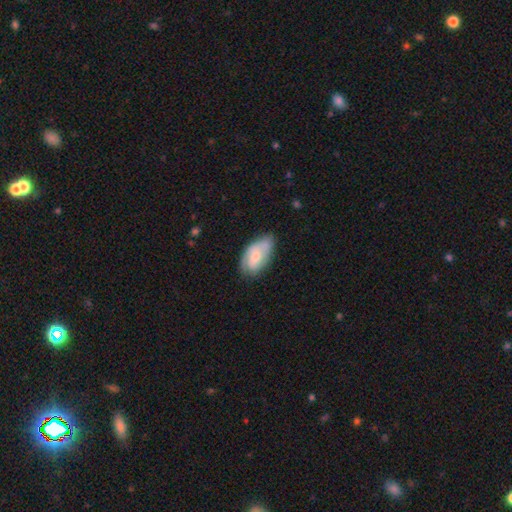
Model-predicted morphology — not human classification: Smooth or featured: smooth — 51% (featured or disk — 43%)
How rounded: in between — 92% (round — 5%)
Merging: none — 57% (minor disturbance — 32%)